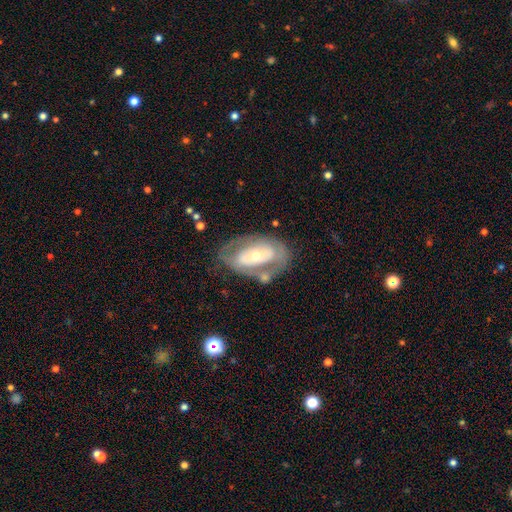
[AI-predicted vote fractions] smooth_or_featured: featured or disk (p=0.69) [alt: smooth p=0.26]
disk_edge_on: no (p=0.92) [alt: yes p=0.08]
bar: no (p=0.64) [alt: weak p=0.20]
has_spiral_arms: no (p=0.55) [alt: yes p=0.45]
bulge_size: moderate (p=0.48) [alt: small p=0.45]
merging: none (p=0.58) [alt: minor disturbance p=0.19]